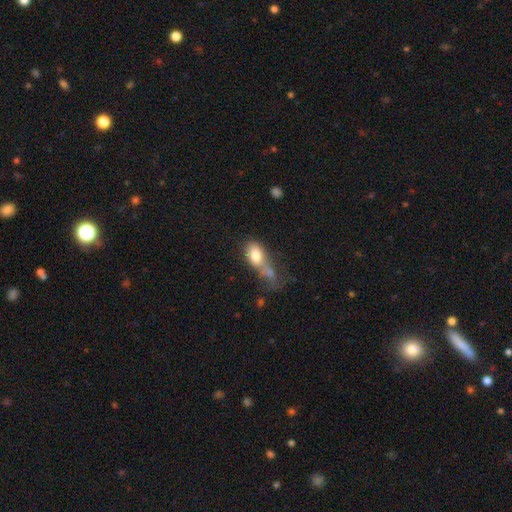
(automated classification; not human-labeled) This appears to be a smooth galaxy with no disk features (76%) that is in between round and cigar-shaped (81%). Merging: merger (41%).